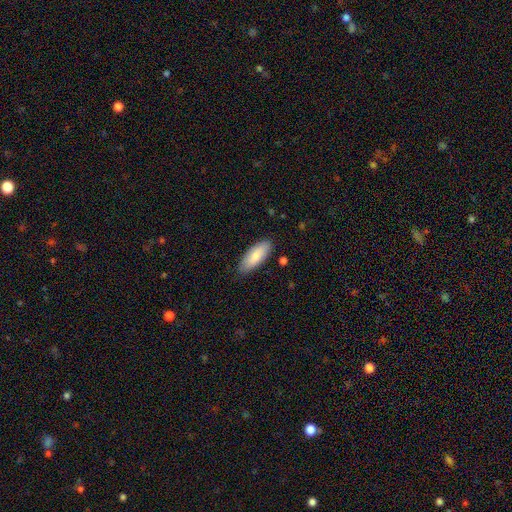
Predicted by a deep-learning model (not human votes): The model was most divided on "how rounded": in between: 75%, cigar-shaped: 23%, round: 2%. More confident: merging — none (85%); smooth or featured — smooth (81%).